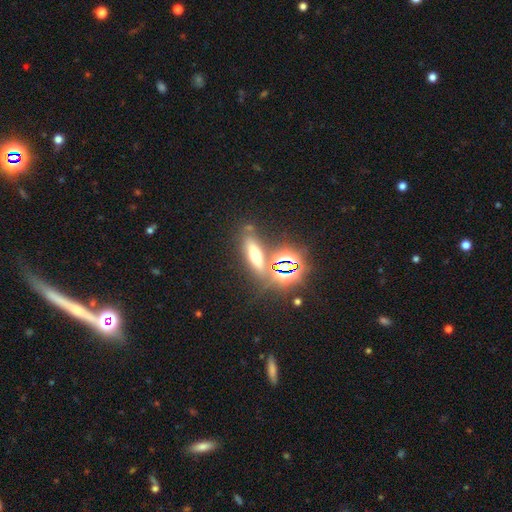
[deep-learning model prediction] Smooth or featured? smooth (43%)
Merging? none (73%)